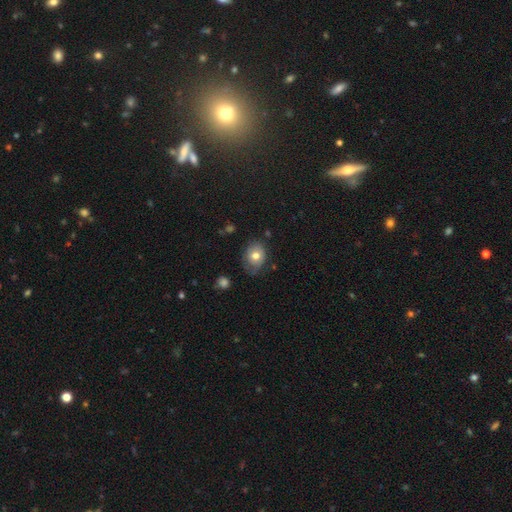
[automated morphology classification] Smooth or featured: smooth — 71% (featured or disk — 20%)
How rounded: in between — 57% (round — 42%)
Merging: none — 63% (minor disturbance — 28%)